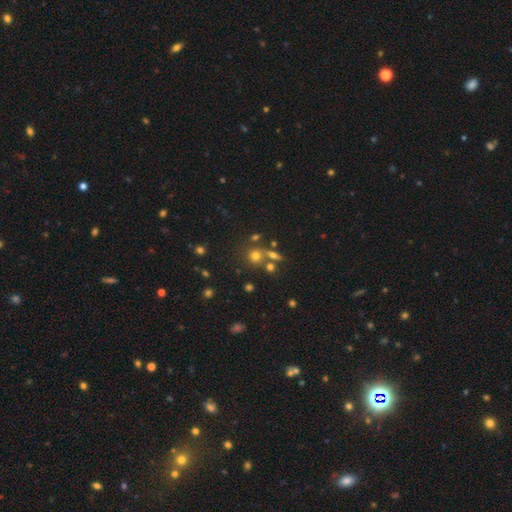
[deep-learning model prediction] Q: Smooth or featured?
A: smooth (66%); runner-up: star or artifact (20%)
Q: How rounded?
A: round (85%); runner-up: in between (14%)
Q: Merging?
A: none (61%); runner-up: merger (24%)